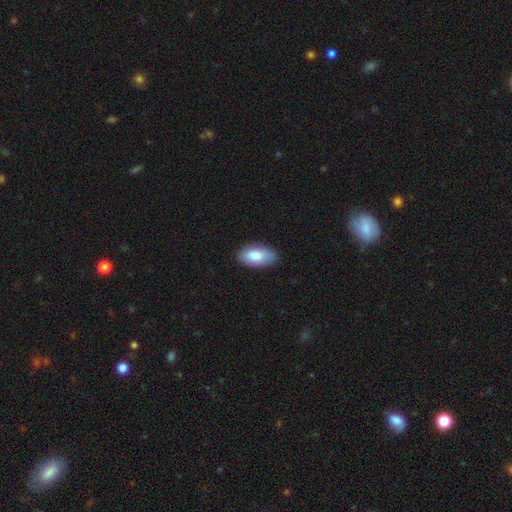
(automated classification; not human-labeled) Smooth or featured: smooth — 85% (featured or disk — 9%)
How rounded: in between — 93% (cigar-shaped — 4%)
Merging: none — 84% (minor disturbance — 13%)